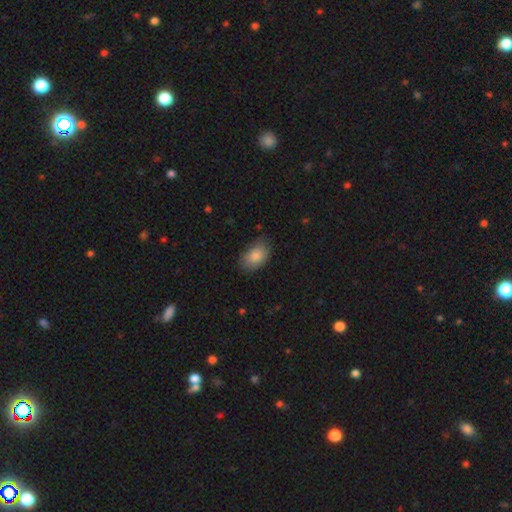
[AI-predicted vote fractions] Morphology: type=smooth (85%); roundness=in between (89%); merging=none (76%).